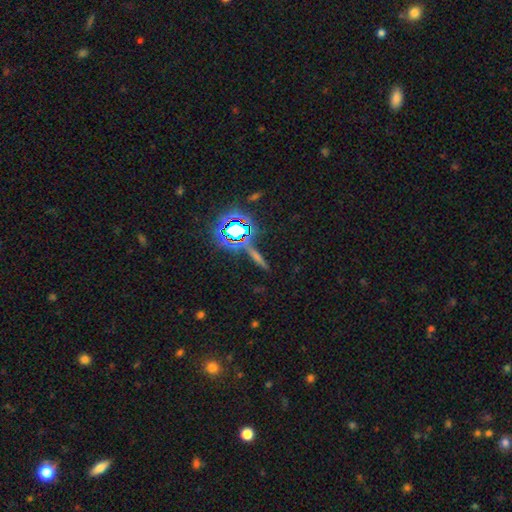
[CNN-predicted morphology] A star or artifact, not a galaxy (46%).